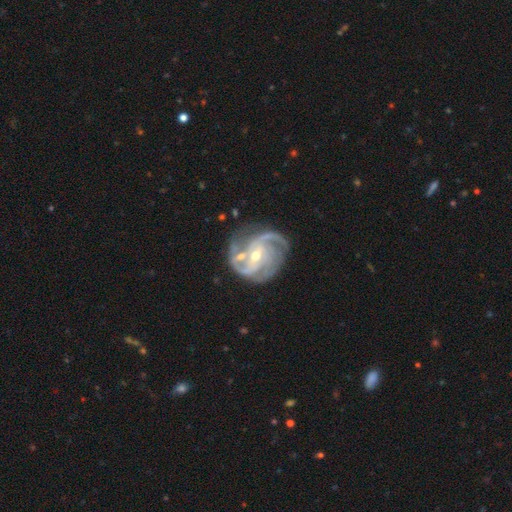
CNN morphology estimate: The model was most divided on "bulge size": small: 51%, moderate: 46%, large: 1%, none: 1%, dominant: 1%. Remaining: edge-on disk — no (98%); spiral arms — yes (97%); smooth or featured — featured or disk (90%); merging — none (54%); spiral winding — medium (47%); spiral arm count — 3 (43%); bar — weak (42%).